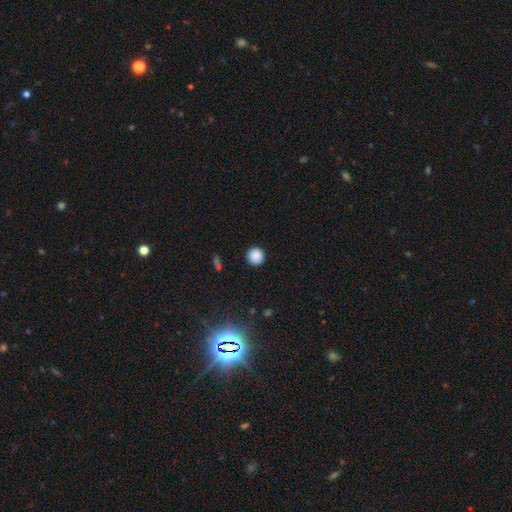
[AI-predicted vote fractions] smooth-or-featured: smooth: 87% | star or artifact: 10% | featured or disk: 3%
  how-rounded: round: 94% | in between: 5% | cigar-shaped: 1%
  merging: none: 91% | minor disturbance: 6% | major disturbance: 2% | merger: 1%